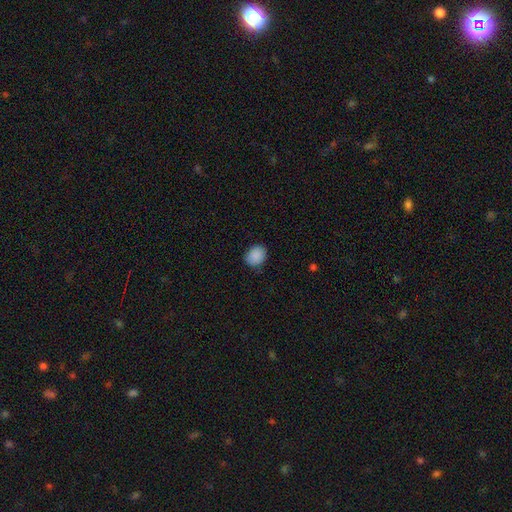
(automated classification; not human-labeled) smooth 89%, star or artifact 8%, featured or disk 3%. Down the decision tree: how rounded — round (61%); merging — none (85%).